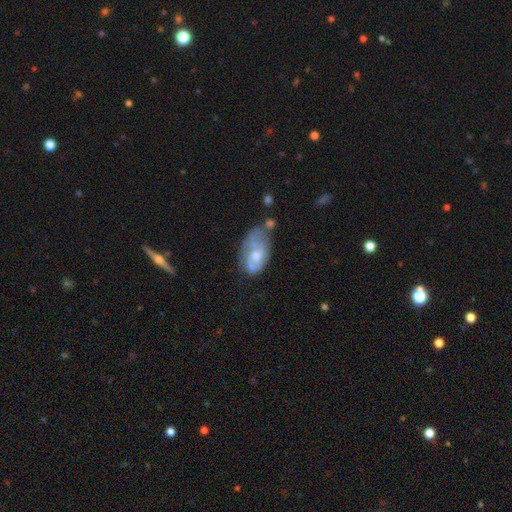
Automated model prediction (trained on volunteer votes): smooth-or-featured: featured or disk: 53% | smooth: 40% | star or artifact: 7%
  disk-edge-on: no: 95% | yes: 5%
  merging: none: 32% | minor disturbance: 31% | major disturbance: 23% | merger: 13%